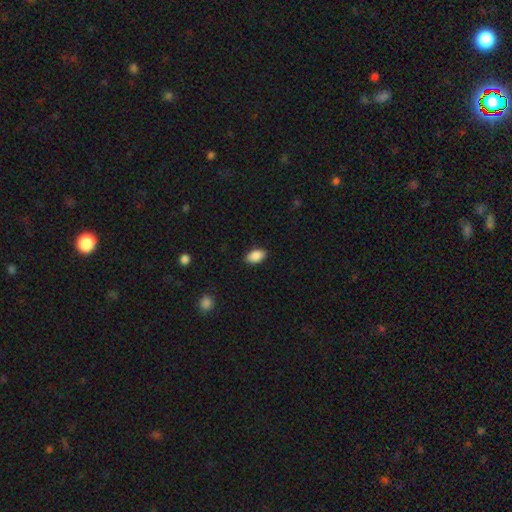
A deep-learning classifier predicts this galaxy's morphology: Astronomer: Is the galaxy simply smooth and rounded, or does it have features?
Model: smooth — 89%.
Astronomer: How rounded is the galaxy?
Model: in between — 92%.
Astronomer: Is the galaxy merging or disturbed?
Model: none — 87%.